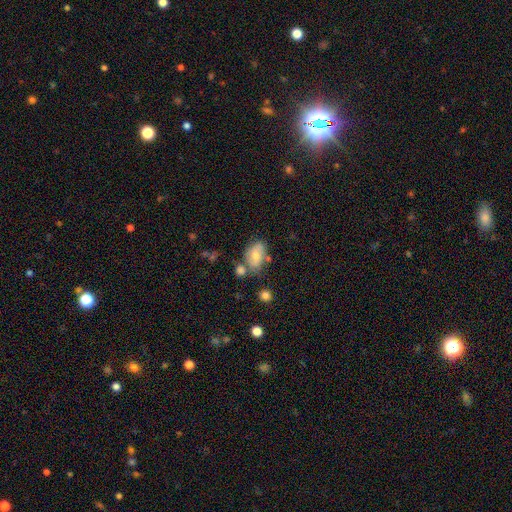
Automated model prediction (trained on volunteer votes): Smooth or featured?
  - smooth: 65% *
  - featured or disk: 26%
  - star or artifact: 9%
How rounded?
  - in between: 87% *
  - round: 11%
  - cigar-shaped: 2%
Merging?
  - none: 48% *
  - minor disturbance: 24%
  - merger: 19%
  - major disturbance: 9%